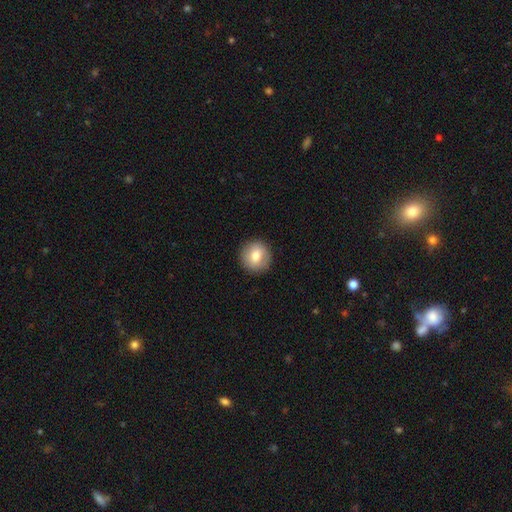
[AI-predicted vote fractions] Overall: smooth (75%). How rounded: round (94%). Merging: none (91%).